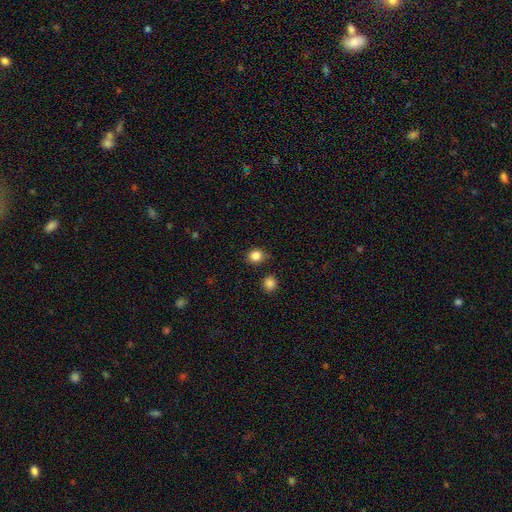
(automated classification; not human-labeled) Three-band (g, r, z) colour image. It shows a smooth galaxy with no disk features (84%) that is round (85%). Merging: none (79%).